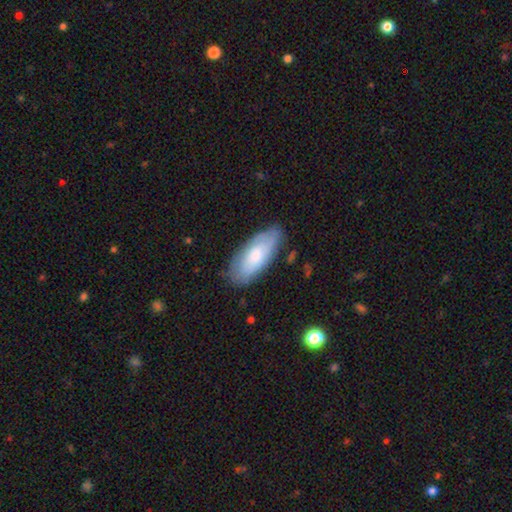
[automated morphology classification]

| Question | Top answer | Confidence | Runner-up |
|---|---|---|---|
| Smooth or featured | smooth | 66% | featured or disk (28%) |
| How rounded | in between | 84% | cigar-shaped (14%) |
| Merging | none | 76% | minor disturbance (18%) |